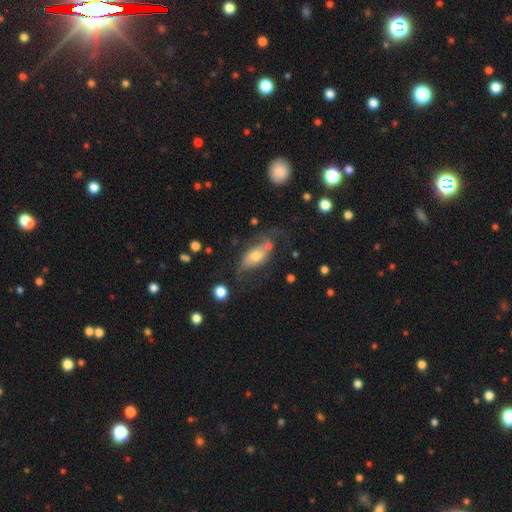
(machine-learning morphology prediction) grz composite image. It shows a featured or disk galaxy (50%). Merging: none (44%).